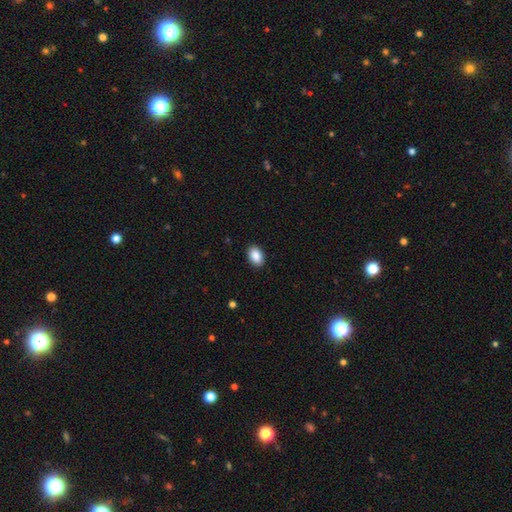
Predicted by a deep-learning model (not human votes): This appears to be a smooth galaxy with no disk features (89%) that is in between round and cigar-shaped (88%). Merging: none (91%).